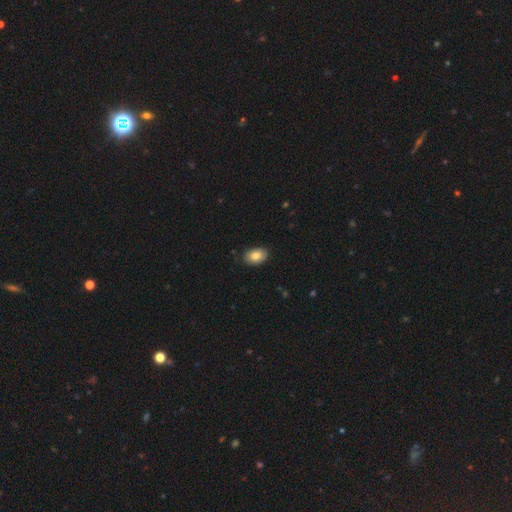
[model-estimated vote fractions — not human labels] Smooth or featured?
  - smooth: 82% *
  - featured or disk: 11%
  - star or artifact: 7%
How rounded?
  - in between: 87% *
  - round: 12%
  - cigar-shaped: 1%
Merging?
  - none: 85% *
  - minor disturbance: 12%
  - major disturbance: 2%
  - merger: 1%